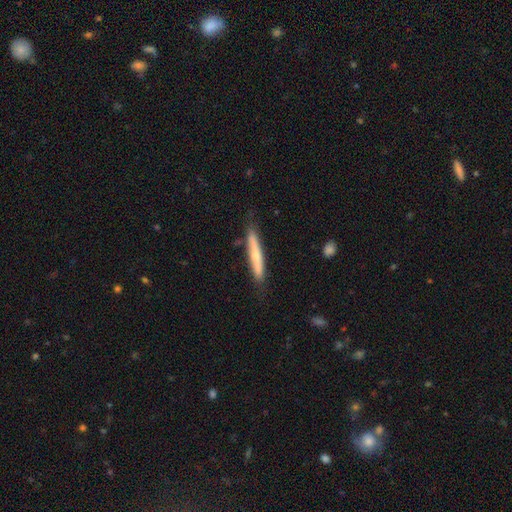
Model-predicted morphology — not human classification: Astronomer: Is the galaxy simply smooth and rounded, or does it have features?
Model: smooth — 52% (runner-up: featured or disk, 42%).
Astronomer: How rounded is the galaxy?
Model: cigar-shaped — 94%.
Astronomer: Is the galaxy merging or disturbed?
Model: none — 81%.